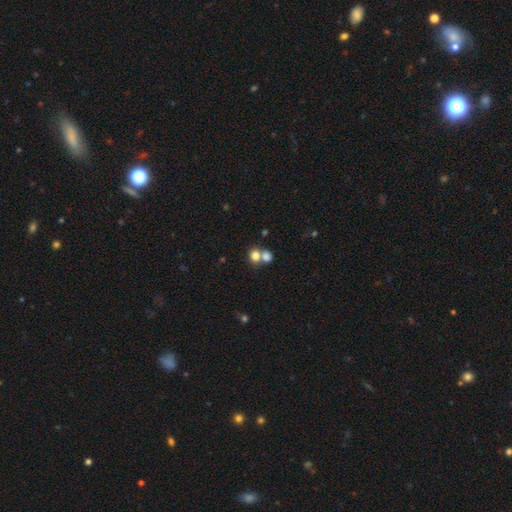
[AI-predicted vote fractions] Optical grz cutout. It shows a smooth galaxy with no disk features (79%) that is round (69%). Merging: merger (49%).